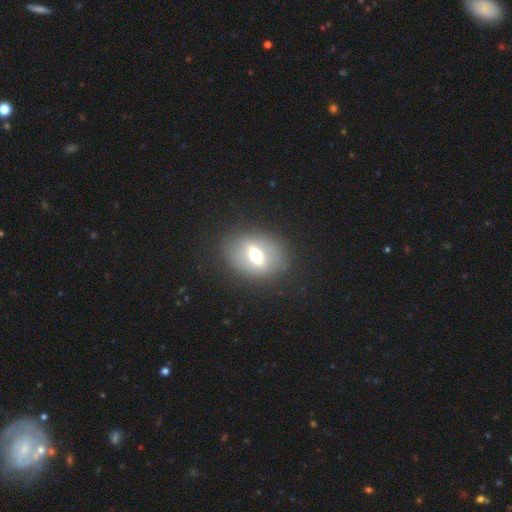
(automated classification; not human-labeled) featured or disk 47%, smooth 42%, star or artifact 11%. Down the decision tree: merging — none (83%).